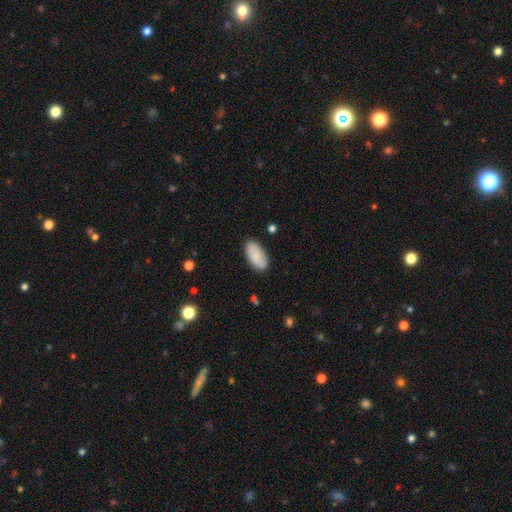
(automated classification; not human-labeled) Smooth or featured? smooth (83%)
How rounded? in between (95%)
Merging? none (84%)